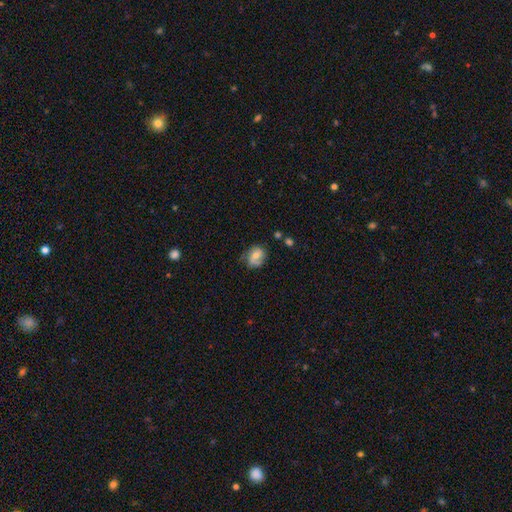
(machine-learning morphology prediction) A featured or disk galaxy (50%).

Vote fractions:
- Smooth or featured? featured or disk: 50% / smooth: 41% / star or artifact: 9%
- Edge-on disk? no: 97% / yes: 3%
- Merging? none: 61% / minor disturbance: 26% / major disturbance: 10% / merger: 3%